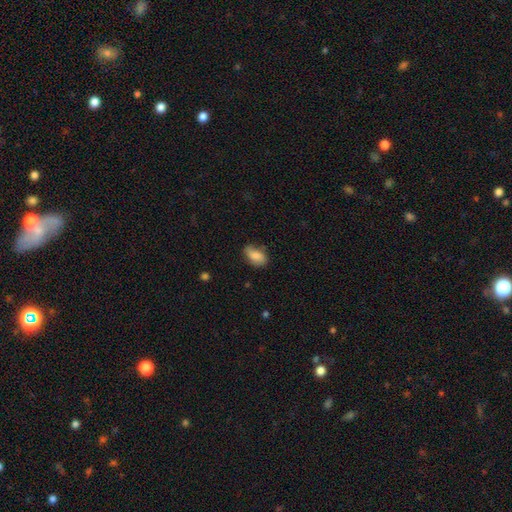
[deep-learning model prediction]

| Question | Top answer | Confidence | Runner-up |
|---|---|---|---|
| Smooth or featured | smooth | 83% | featured or disk (10%) |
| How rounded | in between | 91% | round (6%) |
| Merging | none | 61% | minor disturbance (30%) |